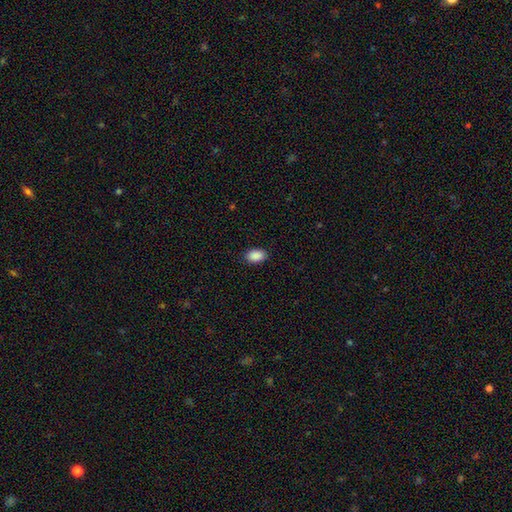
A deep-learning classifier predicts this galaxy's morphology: Smooth or featured? Predicted: smooth (p=0.90). How rounded? Predicted: in between (p=0.90). Merging? Predicted: none (p=0.88).